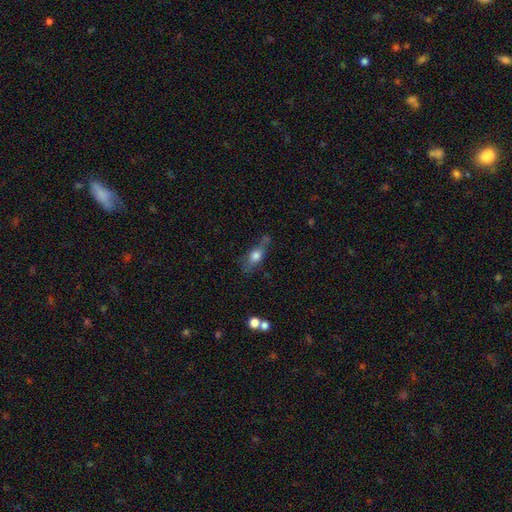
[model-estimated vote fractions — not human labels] smooth-or-featured: smooth: 58% | featured or disk: 34% | star or artifact: 9%
  how-rounded: in between: 55% | cigar-shaped: 37% | round: 8%
  merging: none: 62% | minor disturbance: 22% | major disturbance: 9% | merger: 7%